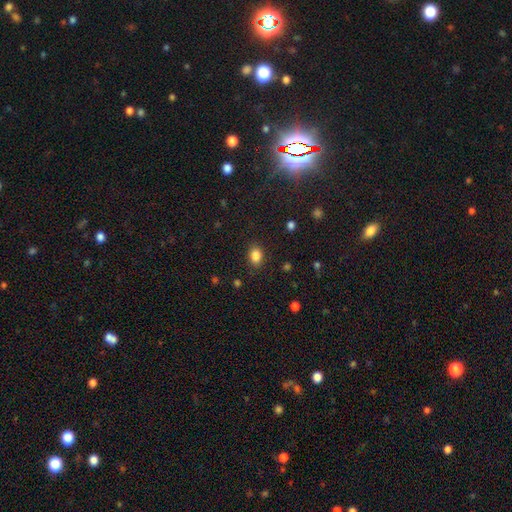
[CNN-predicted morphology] smooth-or-featured: smooth: 85% | star or artifact: 10% | featured or disk: 5%
  how-rounded: in between: 66% | round: 33% | cigar-shaped: 1%
  merging: none: 86% | minor disturbance: 10% | major disturbance: 3% | merger: 1%